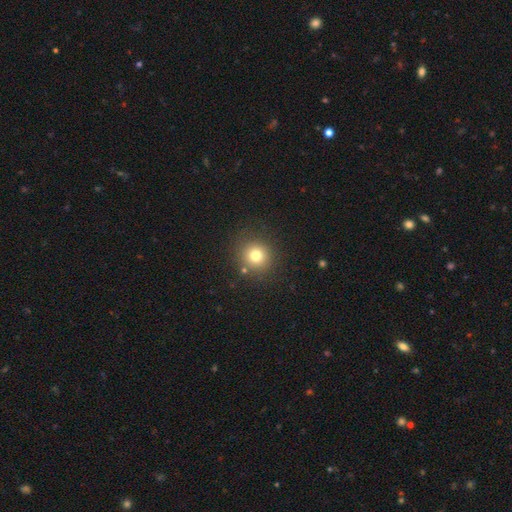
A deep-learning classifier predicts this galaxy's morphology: smooth 76%, star or artifact 15%, featured or disk 9%. Down the decision tree: how rounded — round (92%); merging — none (85%).